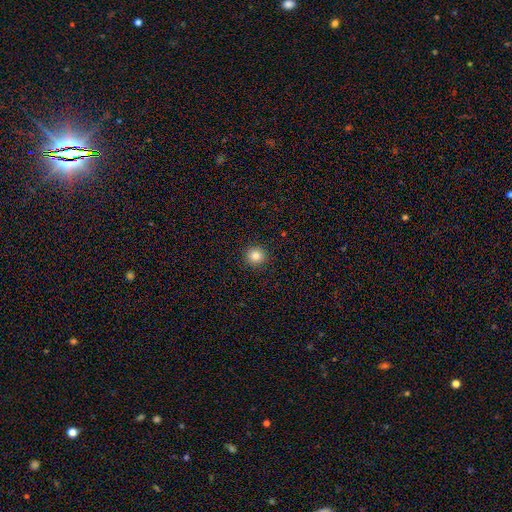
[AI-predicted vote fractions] This appears to be a smooth galaxy with no disk features (83%) that is round (94%). Merging: none (92%).